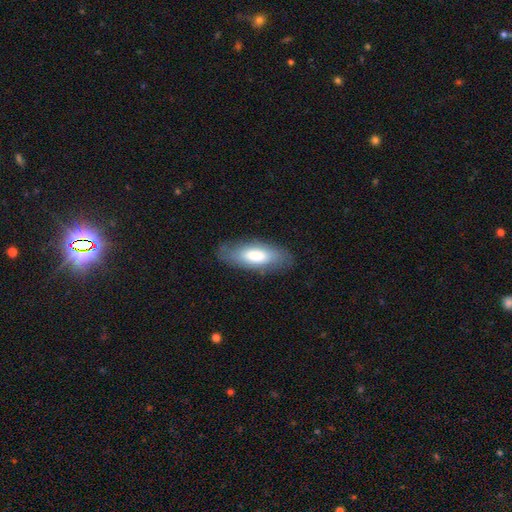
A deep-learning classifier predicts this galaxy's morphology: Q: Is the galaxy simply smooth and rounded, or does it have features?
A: smooth — 73%.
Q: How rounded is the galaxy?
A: in between — 79%.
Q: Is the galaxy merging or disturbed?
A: none — 80%.